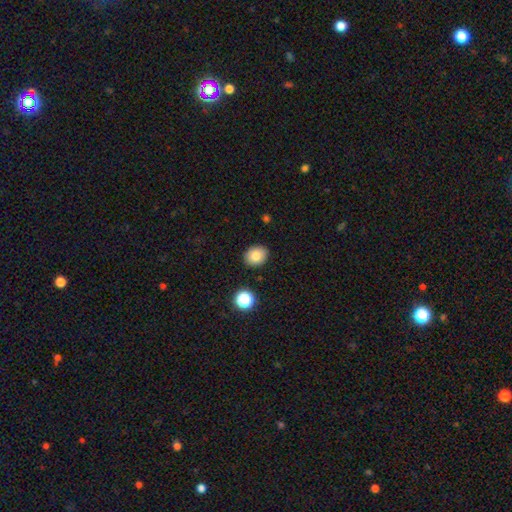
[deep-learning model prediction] Smooth or featured: smooth — 83% (star or artifact — 10%)
How rounded: round — 52% (in between — 48%)
Merging: none — 88% (minor disturbance — 8%)